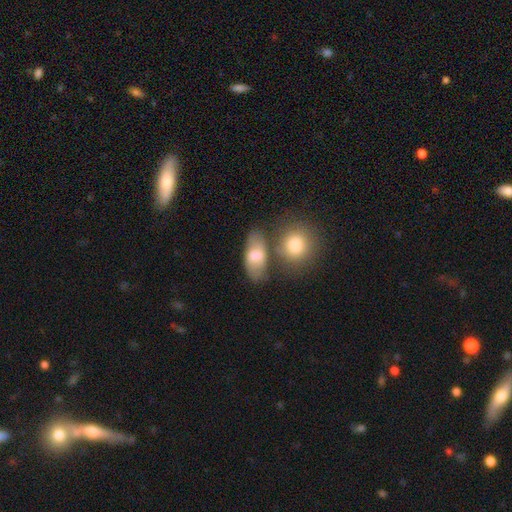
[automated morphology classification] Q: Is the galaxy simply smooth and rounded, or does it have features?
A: smooth — 71%.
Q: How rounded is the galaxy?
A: in between — 84%.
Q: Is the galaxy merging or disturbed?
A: none — 59%.